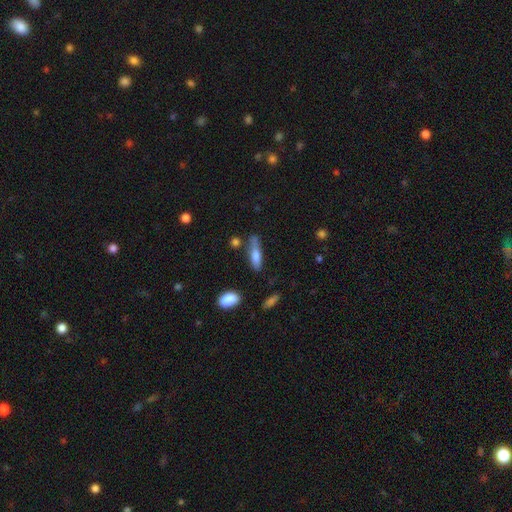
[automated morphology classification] Q: Smooth or featured?
A: smooth (69%); runner-up: featured or disk (24%)
Q: How rounded?
A: cigar-shaped (62%); runner-up: in between (36%)
Q: Merging?
A: none (57%); runner-up: minor disturbance (27%)